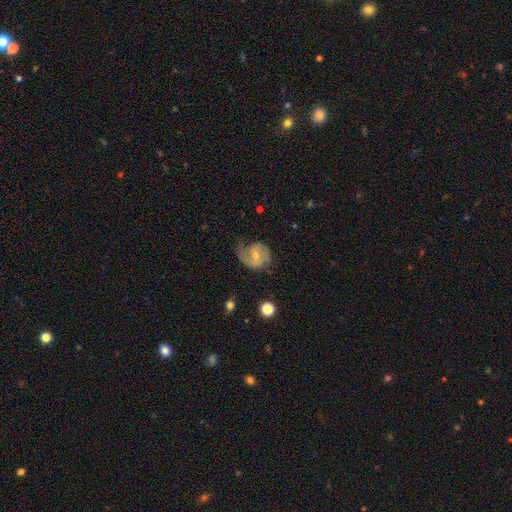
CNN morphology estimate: Overall: featured or disk (79%). Edge-on disk: no (97%). Bar: weak (44%; no 42%). Spiral arms: yes (94%). Spiral arm count: 2 (59%; 1 28%). Spiral winding: medium (45%; tight 29%). Bulge size: small (55%; moderate 40%). Merging: none (58%; minor disturbance 23%).